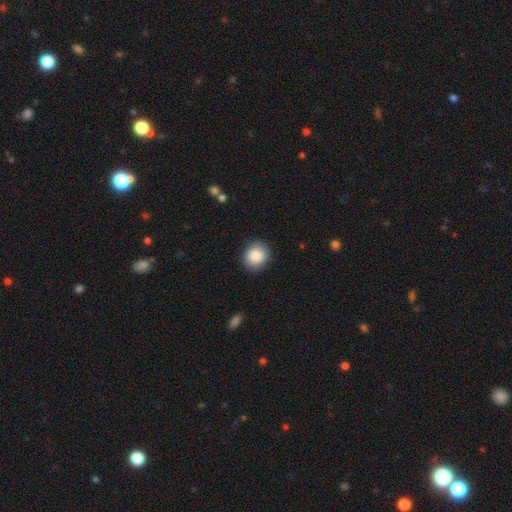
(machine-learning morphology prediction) smooth 87%, star or artifact 8%, featured or disk 5%. Down the decision tree: how rounded — round (78%); merging — none (87%).